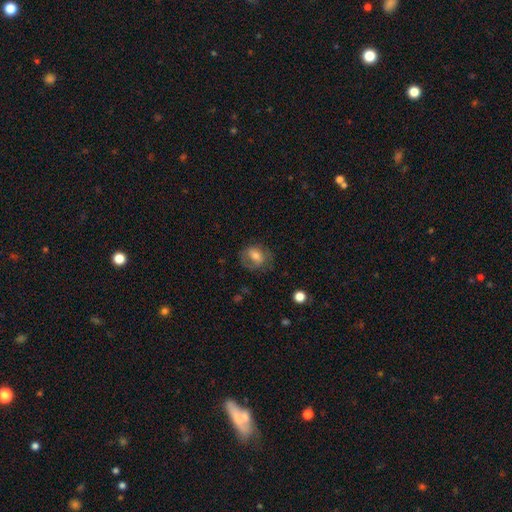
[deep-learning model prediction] This is likely a smooth galaxy (61%). How rounded: possibly in between (50%). Merging: likely none (61%).